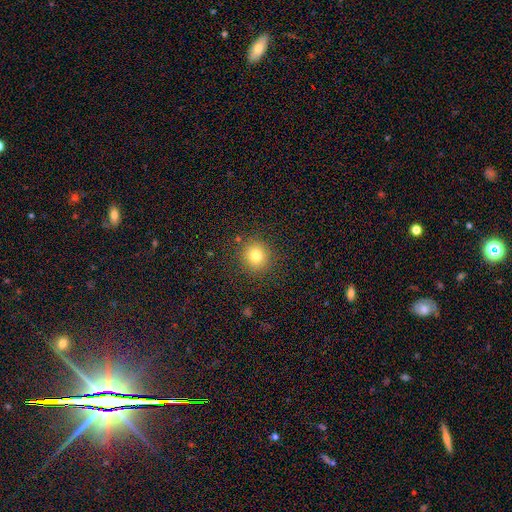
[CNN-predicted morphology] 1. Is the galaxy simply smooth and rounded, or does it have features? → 79% smooth, 13% star or artifact, 8% featured or disk.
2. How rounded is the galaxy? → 90% round, 9% in between, 1% cigar-shaped.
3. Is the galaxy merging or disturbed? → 88% none, 8% minor disturbance, 3% major disturbance, 1% merger.